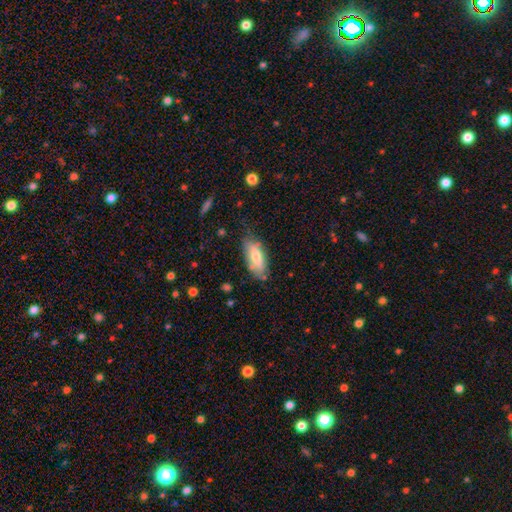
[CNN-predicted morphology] This is likely a smooth galaxy (66%). How rounded: likely in between (70%). Merging: likely none (68%).